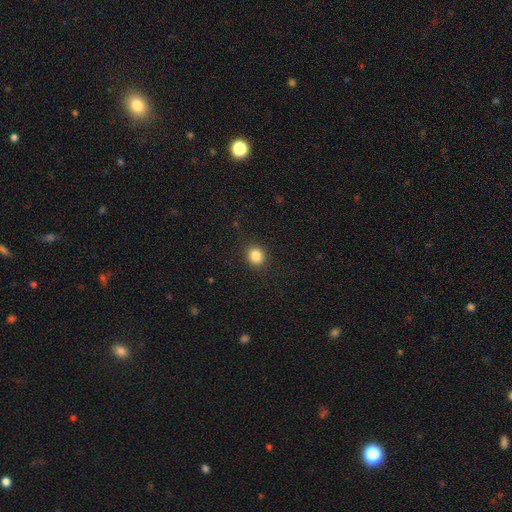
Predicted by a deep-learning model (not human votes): A smooth galaxy with no disk features (84%) that is round (85%). Merging: none (89%).